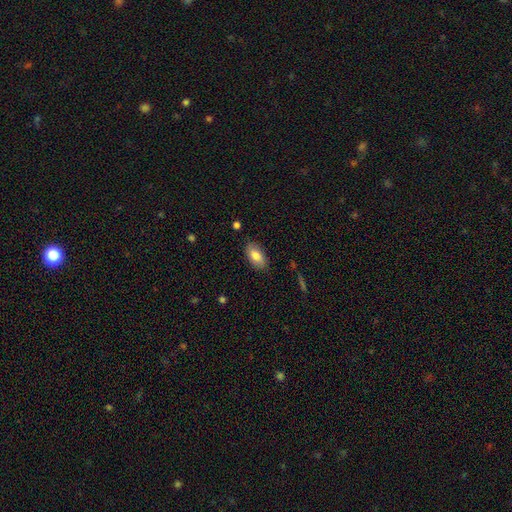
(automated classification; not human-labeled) A smooth galaxy with no disk features (79%) that is in between round and cigar-shaped (93%).

Vote fractions:
- Smooth or featured? smooth: 79% / featured or disk: 14% / star or artifact: 7%
- How rounded? in between: 93% / round: 3% / cigar-shaped: 3%
- Merging? none: 85% / minor disturbance: 11% / major disturbance: 2% / merger: 1%